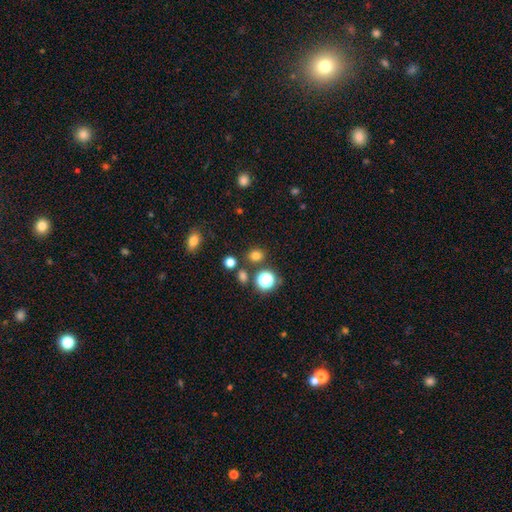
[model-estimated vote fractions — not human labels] A smooth galaxy with no disk features (74%) that is round (66%).

Vote fractions:
- Smooth or featured? smooth: 74% / star or artifact: 21% / featured or disk: 5%
- How rounded? round: 66% / in between: 32% / cigar-shaped: 1%
- Merging? none: 80% / minor disturbance: 9% / merger: 8% / major disturbance: 3%